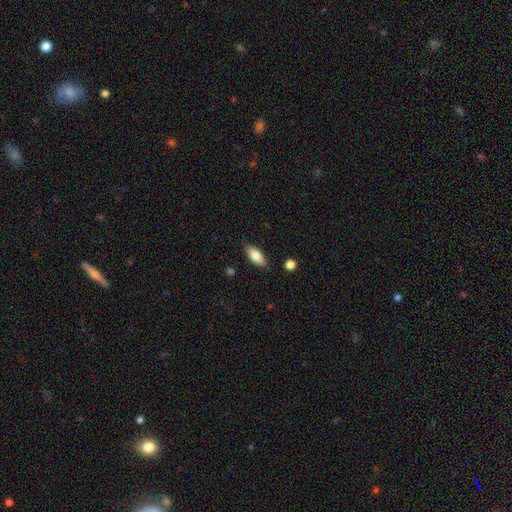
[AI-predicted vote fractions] Q: Smooth or featured?
A: smooth (83%); runner-up: featured or disk (10%)
Q: How rounded?
A: in between (87%); runner-up: cigar-shaped (11%)
Q: Merging?
A: none (85%); runner-up: minor disturbance (11%)